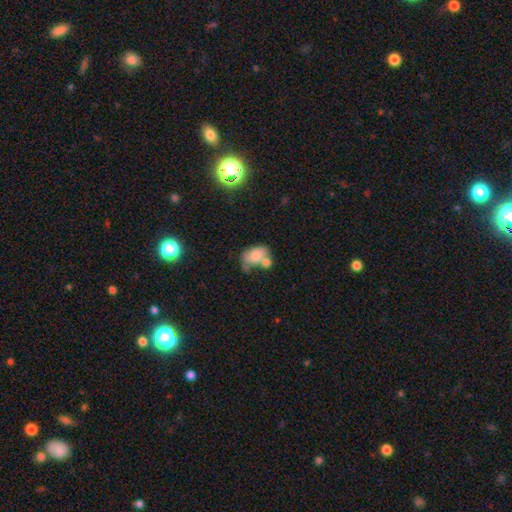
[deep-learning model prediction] A smooth galaxy with no disk features (72%) that is in between round and cigar-shaped (85%). Merging: merger (47%).